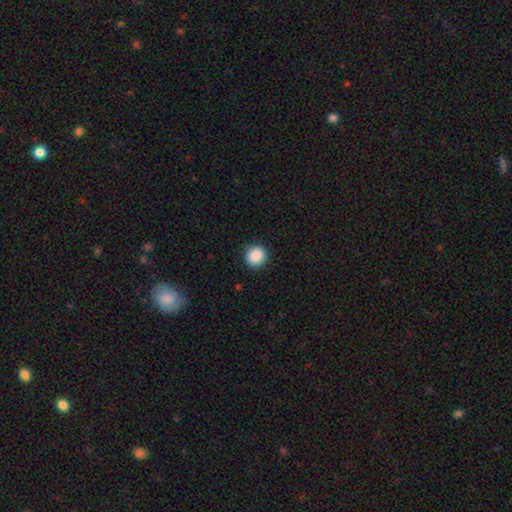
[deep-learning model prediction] A smooth galaxy with no disk features (89%) that is round (92%). Merging: none (91%).